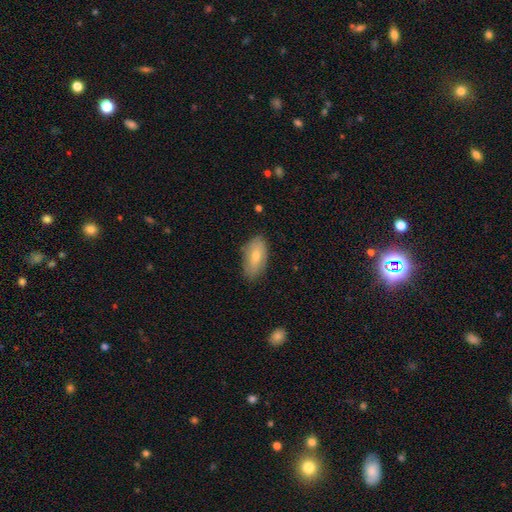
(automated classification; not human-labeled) smooth 68%, featured or disk 24%, star or artifact 8%. Down the decision tree: how rounded — in between (91%); merging — none (80%).